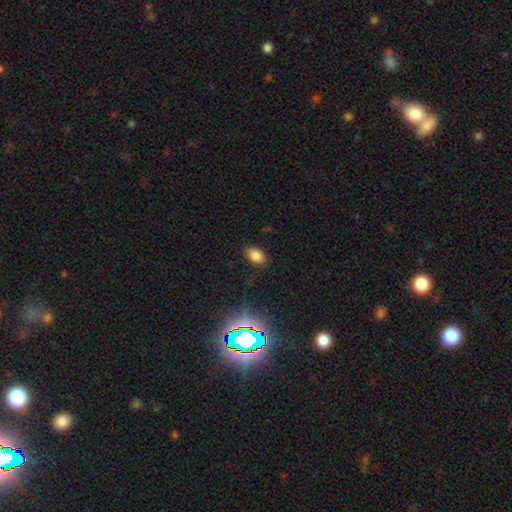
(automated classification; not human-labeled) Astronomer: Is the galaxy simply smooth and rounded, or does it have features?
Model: smooth — 78%.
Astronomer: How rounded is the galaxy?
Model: in between — 83%.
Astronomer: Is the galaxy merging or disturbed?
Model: none — 79%.